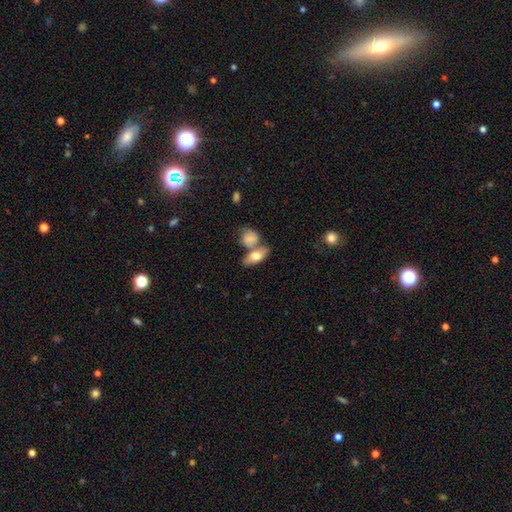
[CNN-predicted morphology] Smooth or featured: smooth — 72% (featured or disk — 21%)
How rounded: in between — 83% (cigar-shaped — 10%)
Merging: none — 43% (merger — 41%)